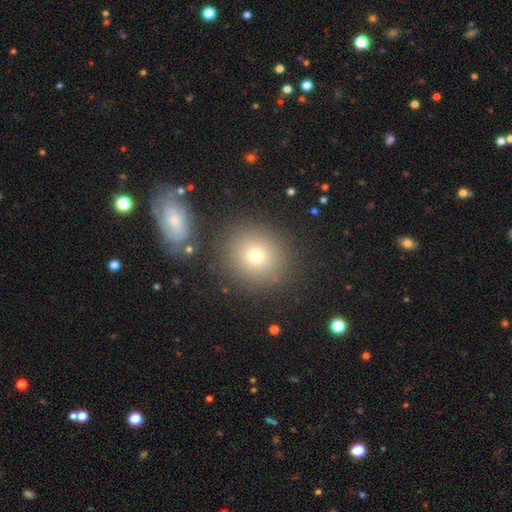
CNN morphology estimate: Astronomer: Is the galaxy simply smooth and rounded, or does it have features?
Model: smooth — 72%.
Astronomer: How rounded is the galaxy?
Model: round — 86%.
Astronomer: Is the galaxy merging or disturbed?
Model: none — 83%.